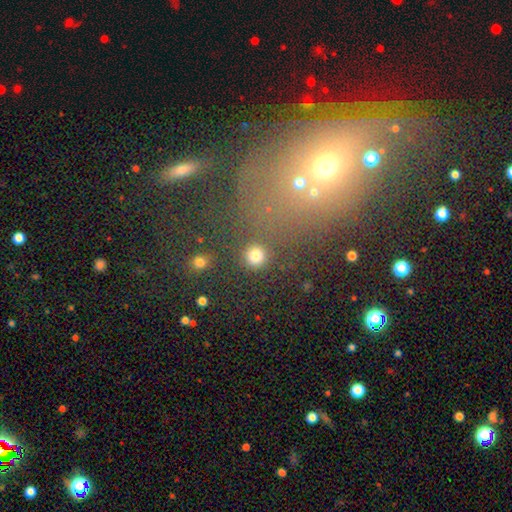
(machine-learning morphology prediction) smooth_or_featured: smooth (p=0.81) [alt: star or artifact p=0.14]
how_rounded: round (p=0.93) [alt: in between p=0.06]
merging: none (p=0.86) [alt: minor disturbance p=0.07]